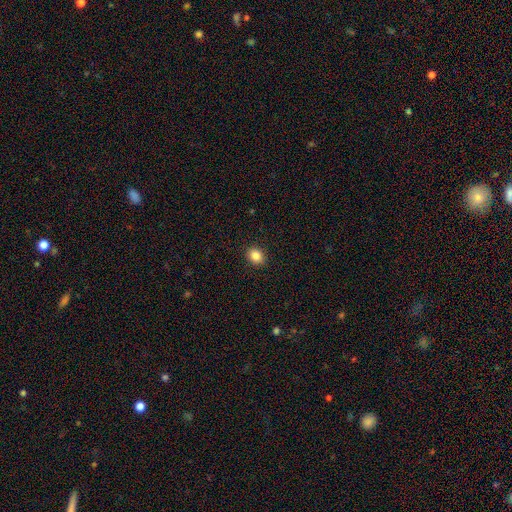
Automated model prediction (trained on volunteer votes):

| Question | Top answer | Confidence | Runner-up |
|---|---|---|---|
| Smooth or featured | smooth | 86% | star or artifact (10%) |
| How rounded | round | 56% | in between (43%) |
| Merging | none | 90% | minor disturbance (7%) |